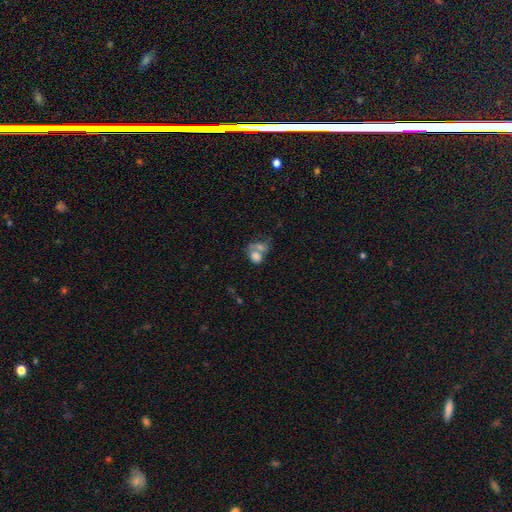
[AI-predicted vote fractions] Morphology: type=smooth (68%); roundness=in between (65%); merging=merger (57%).